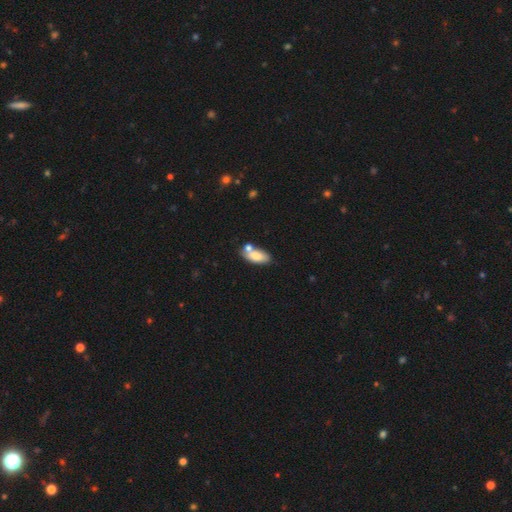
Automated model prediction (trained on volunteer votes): The model was most divided on "merging": none: 57%, merger: 24%, minor disturbance: 15%, major disturbance: 4%. More confident: how rounded — in between (87%); smooth or featured — smooth (79%).